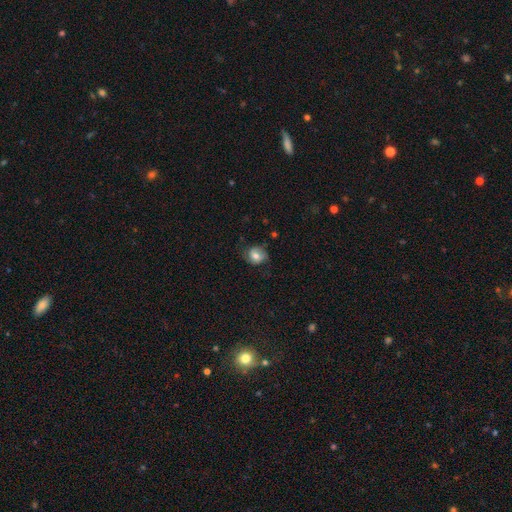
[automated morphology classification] Smooth or featured?
  - smooth: 70% *
  - featured or disk: 20%
  - star or artifact: 9%
How rounded?
  - round: 71% *
  - in between: 28%
  - cigar-shaped: 1%
Merging?
  - none: 66% *
  - minor disturbance: 25%
  - major disturbance: 8%
  - merger: 2%